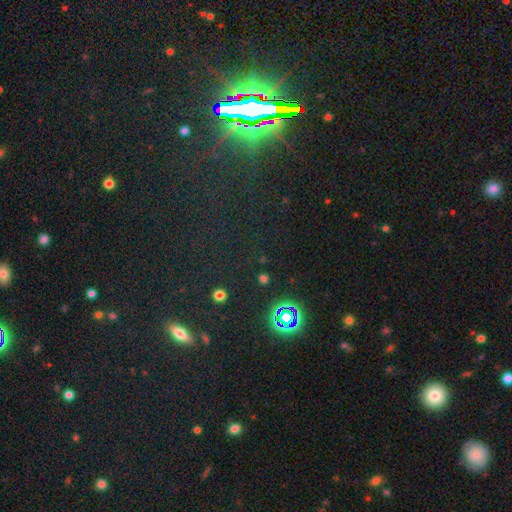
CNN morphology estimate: A star or artifact, not a galaxy (73%).